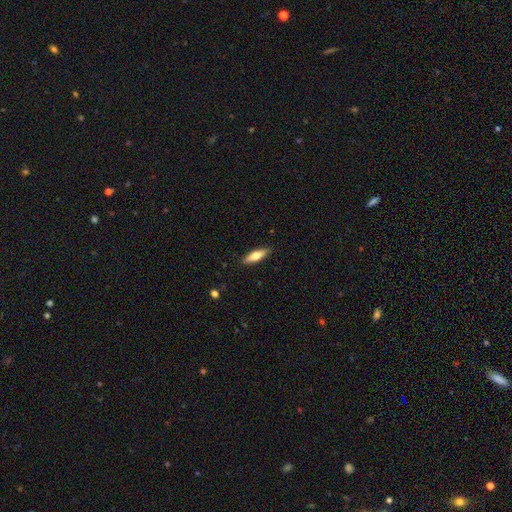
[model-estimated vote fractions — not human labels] Smooth or featured? Predicted: smooth (p=0.65). How rounded? Predicted: cigar-shaped (p=0.54). Merging? Predicted: none (p=0.89).